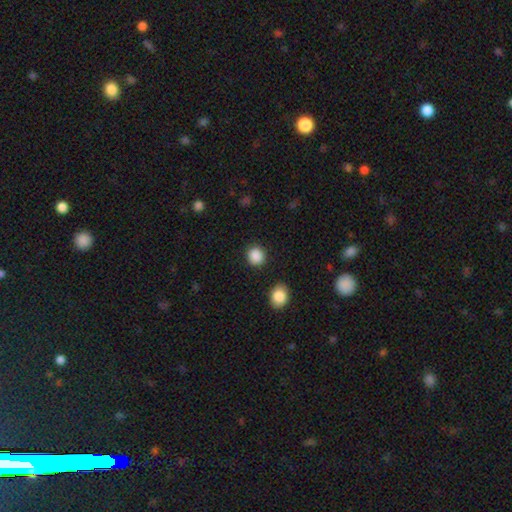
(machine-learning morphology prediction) A smooth galaxy with no disk features (89%) that is round (87%). Merging: none (89%).